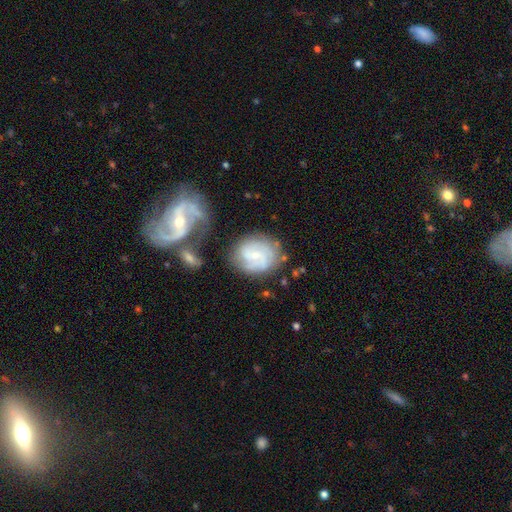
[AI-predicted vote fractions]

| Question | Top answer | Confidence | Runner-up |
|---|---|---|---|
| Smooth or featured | featured or disk | 72% | smooth (22%) |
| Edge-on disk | no | 97% | yes (3%) |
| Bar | no | 60% | weak (34%) |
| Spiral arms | yes | 90% | no (10%) |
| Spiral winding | tight | 48% | medium (38%) |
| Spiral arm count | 2 | 34% | can't tell (30%) |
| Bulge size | small | 73% | moderate (22%) |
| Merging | none | 60% | minor disturbance (18%) |